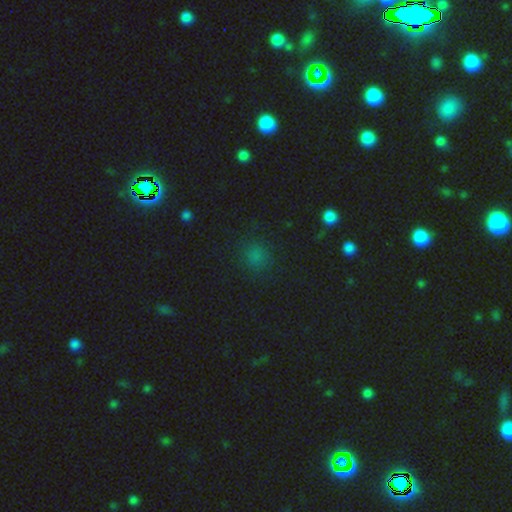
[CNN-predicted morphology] Smooth or featured: smooth — 71% (star or artifact — 24%)
How rounded: round — 84% (in between — 15%)
Merging: none — 83% (minor disturbance — 11%)